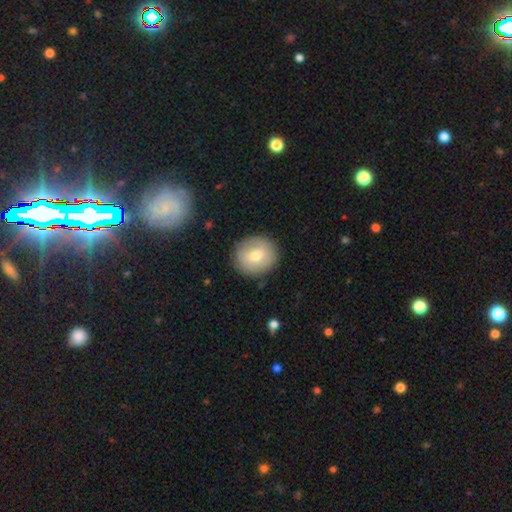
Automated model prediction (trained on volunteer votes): Smooth or featured? smooth (69%)
How rounded? round (87%)
Merging? none (87%)